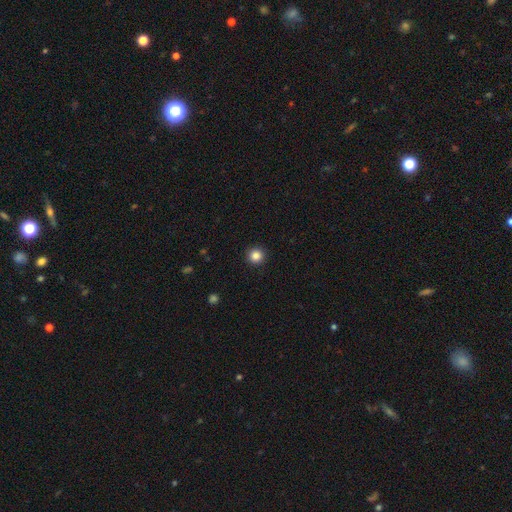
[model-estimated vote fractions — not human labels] Smooth or featured? smooth (85%)
How rounded? round (96%)
Merging? none (93%)